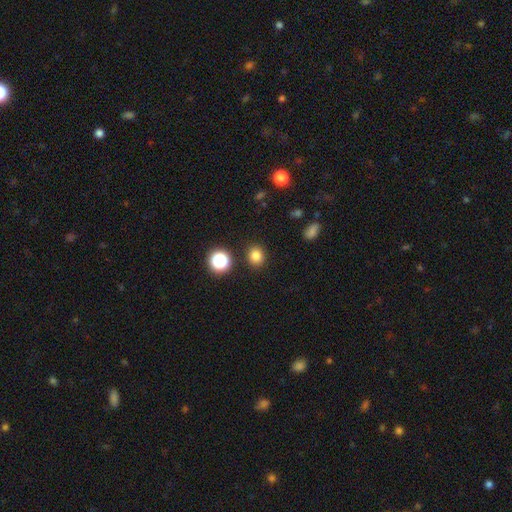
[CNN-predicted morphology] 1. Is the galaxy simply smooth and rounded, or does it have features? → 81% smooth, 14% star or artifact, 5% featured or disk.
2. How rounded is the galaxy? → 77% round, 22% in between, 1% cigar-shaped.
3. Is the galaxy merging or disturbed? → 89% none, 6% minor disturbance, 2% major disturbance, 2% merger.